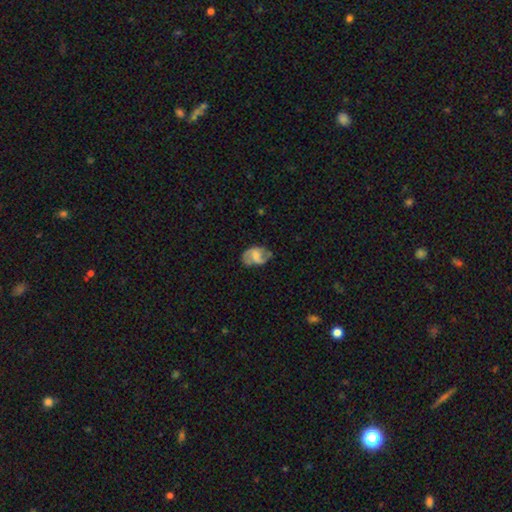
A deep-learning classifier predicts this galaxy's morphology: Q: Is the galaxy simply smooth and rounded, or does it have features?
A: featured or disk — 60%.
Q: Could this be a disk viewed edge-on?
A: no — 97%.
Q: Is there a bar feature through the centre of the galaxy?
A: weak — 46%.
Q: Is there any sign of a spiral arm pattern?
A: yes — 80%.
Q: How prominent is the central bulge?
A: moderate — 35%.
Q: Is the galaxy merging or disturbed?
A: none — 56%.